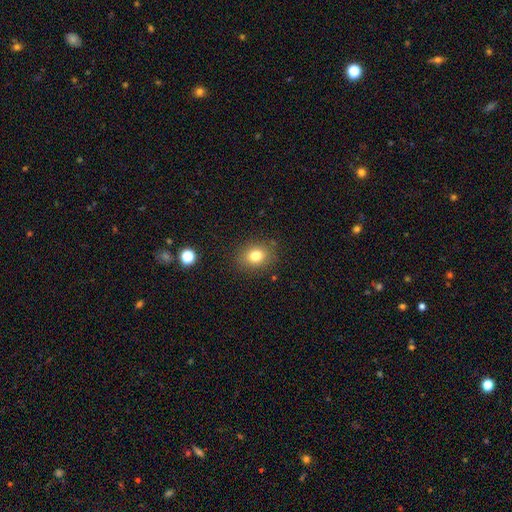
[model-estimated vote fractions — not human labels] A smooth galaxy with no disk features (80%) that is round (51%).

Vote fractions:
- Smooth or featured? smooth: 80% / star or artifact: 12% / featured or disk: 9%
- How rounded? round: 51% / in between: 48% / cigar-shaped: 1%
- Merging? none: 85% / minor disturbance: 10% / major disturbance: 3% / merger: 2%